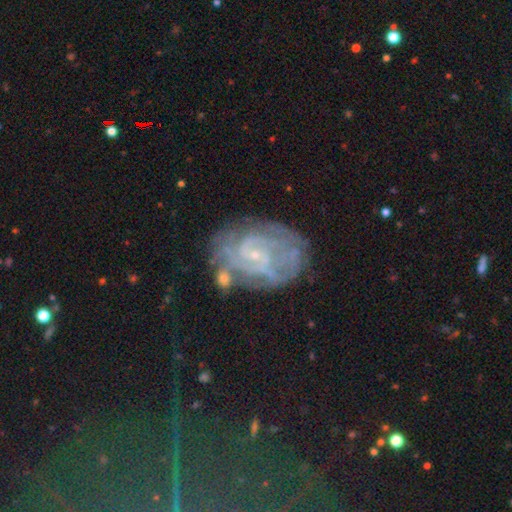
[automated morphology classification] This is clearly a featured or disk galaxy (81%). It is clearly not viewed edge-on (97%). Bar: possibly no (52%). Spiral arm pattern: clearly yes (90%). Spiral arm count: marginally can't tell (43%). Spiral winding: likely tight (63%). Central bulge: clearly small (82%). Merging: likely none (61%).